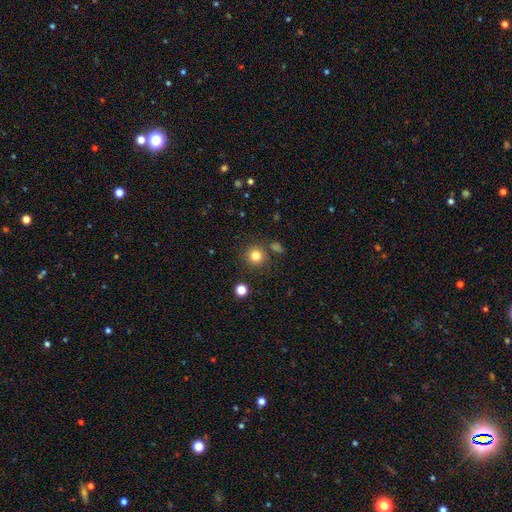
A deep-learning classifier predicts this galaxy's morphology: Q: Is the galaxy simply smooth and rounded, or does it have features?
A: smooth — 81%.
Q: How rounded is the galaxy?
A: round — 93%.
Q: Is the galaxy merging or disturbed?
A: none — 83%.